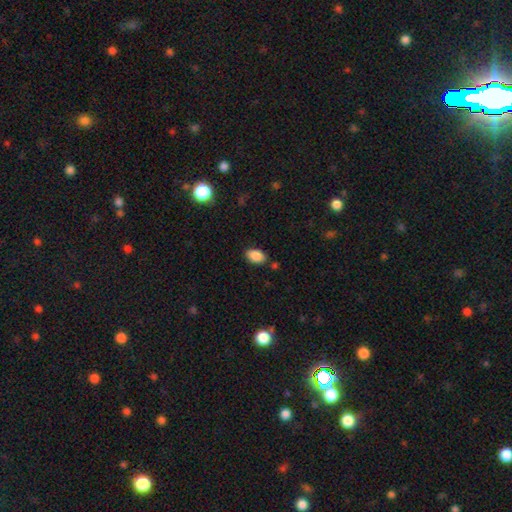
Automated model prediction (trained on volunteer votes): This is clearly a smooth galaxy (87%). How rounded: clearly in between (90%). Merging: clearly none (82%).